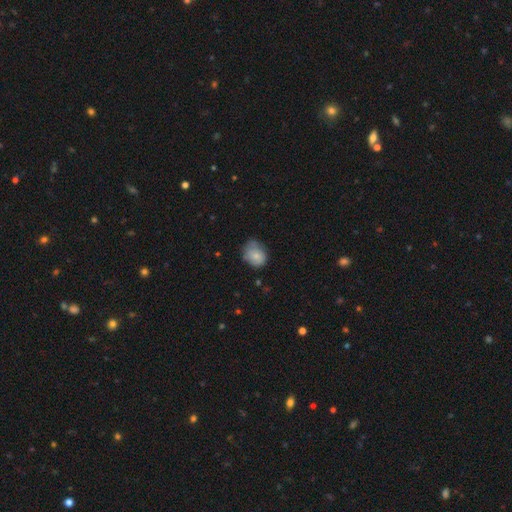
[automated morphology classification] A smooth galaxy with no disk features (74%) that is round (50%). Merging: none (49%).